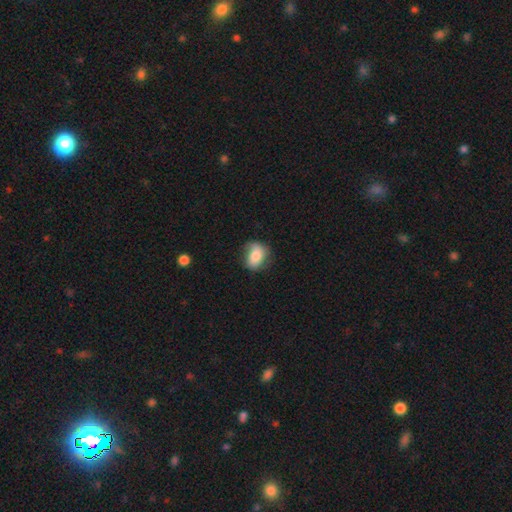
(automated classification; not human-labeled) Smooth or featured: smooth — 74% (featured or disk — 19%)
How rounded: in between — 68% (round — 30%)
Merging: none — 61% (minor disturbance — 28%)